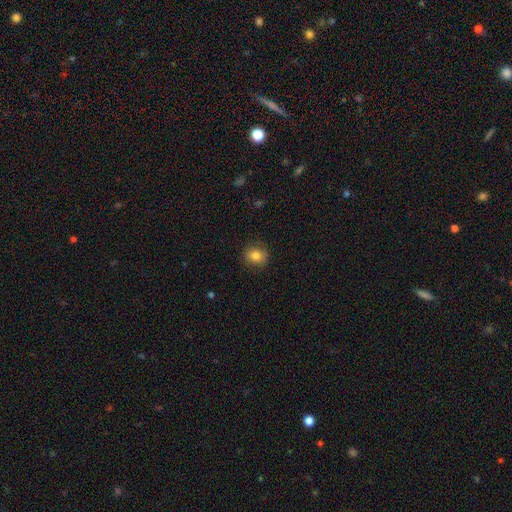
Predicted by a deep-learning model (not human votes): Overall: smooth (80%). How rounded: round (77%). Merging: none (86%).